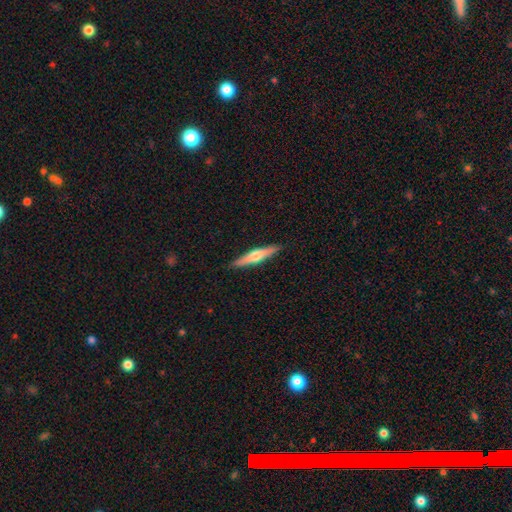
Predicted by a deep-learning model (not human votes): A featured or disk galaxy (48%). Merging: none (89%).